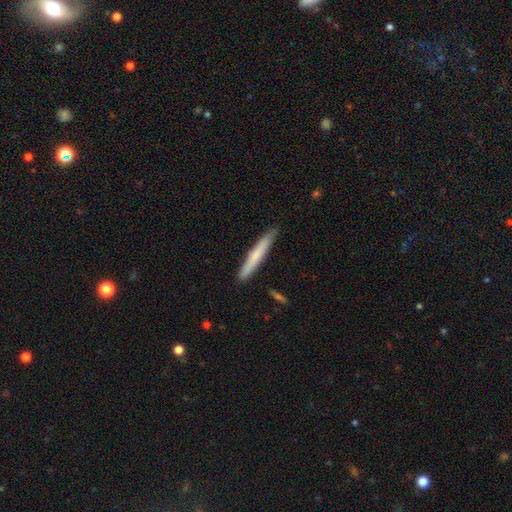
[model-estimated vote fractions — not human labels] Smooth or featured?
  - smooth: 67% *
  - featured or disk: 28%
  - star or artifact: 6%
How rounded?
  - cigar-shaped: 96% *
  - in between: 3%
  - round: 1%
Merging?
  - none: 87% *
  - minor disturbance: 10%
  - major disturbance: 2%
  - merger: 1%